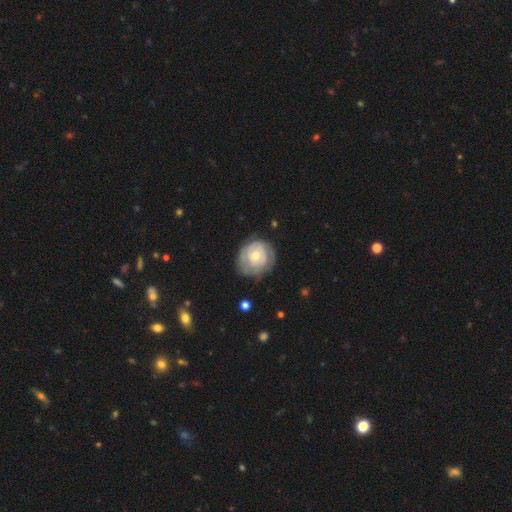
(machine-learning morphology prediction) featured or disk 60%, smooth 34%, star or artifact 6%. Down the decision tree: edge-on disk — no (97%); bar — no (81%); spiral arms — yes (65%); bulge size — moderate (52%); merging — none (67%).